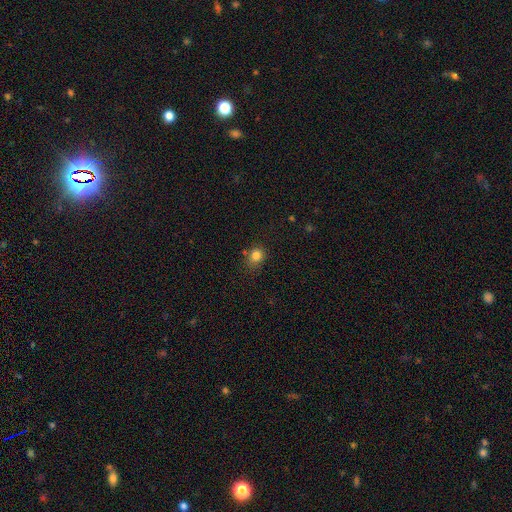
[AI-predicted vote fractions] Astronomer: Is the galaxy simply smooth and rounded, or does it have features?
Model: smooth — 81%.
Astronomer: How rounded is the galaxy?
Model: round — 70%.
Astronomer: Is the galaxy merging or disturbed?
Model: none — 70%.